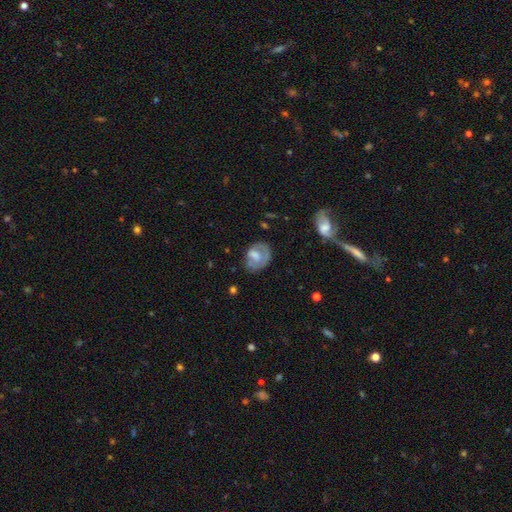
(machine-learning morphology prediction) The model was most divided on "smooth or featured": smooth: 51%, featured or disk: 41%, star or artifact: 8%. More confident: how rounded — in between (60%); merging — none (52%).